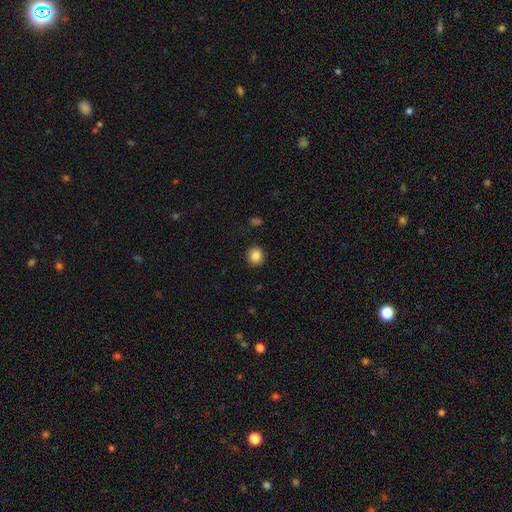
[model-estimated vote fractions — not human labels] Morphology: type=smooth (86%); roundness=round (87%); merging=none (90%).